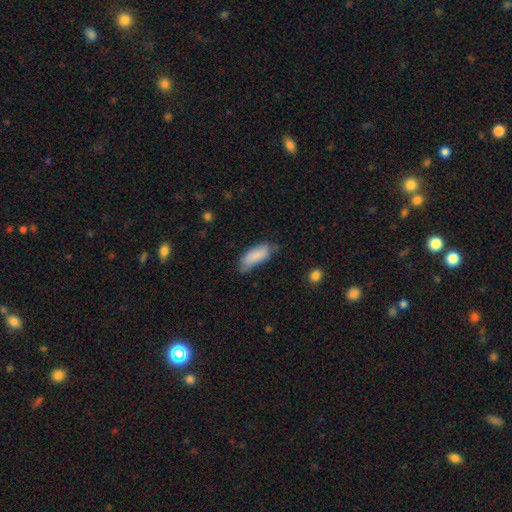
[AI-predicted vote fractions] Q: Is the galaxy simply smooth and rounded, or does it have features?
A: smooth — 84%.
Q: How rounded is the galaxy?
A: in between — 80%.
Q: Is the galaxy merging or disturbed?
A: none — 47%.